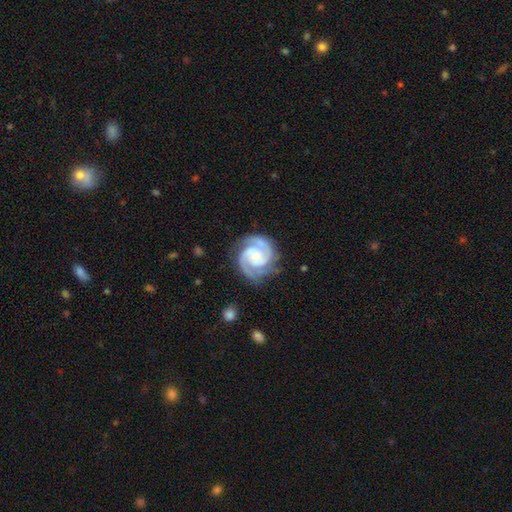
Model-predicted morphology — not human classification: Smooth or featured: featured or disk — 92% (smooth — 4%)
Edge-on disk: no — 98% (yes — 2%)
Bar: no — 61% (weak — 30%)
Spiral arms: yes — 99% (no — 1%)
Spiral winding: tight — 60% (medium — 36%)
Spiral arm count: 2 — 88% (3 — 6%)
Bulge size: small — 61% (moderate — 30%)
Merging: none — 79% (minor disturbance — 15%)